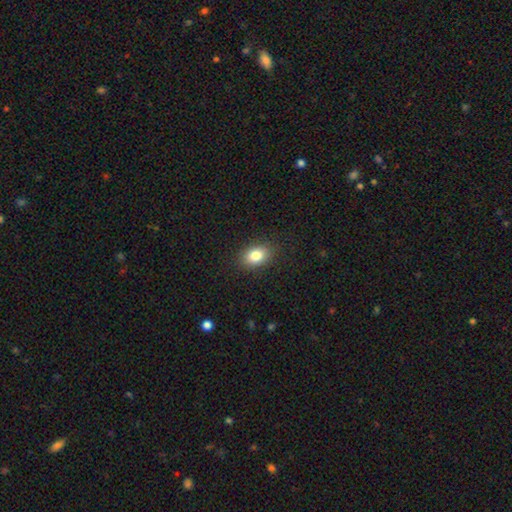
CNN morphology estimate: smooth-or-featured: smooth: 83% | star or artifact: 9% | featured or disk: 8%
  how-rounded: in between: 79% | round: 20% | cigar-shaped: 1%
  merging: none: 88% | minor disturbance: 9% | major disturbance: 3% | merger: 1%